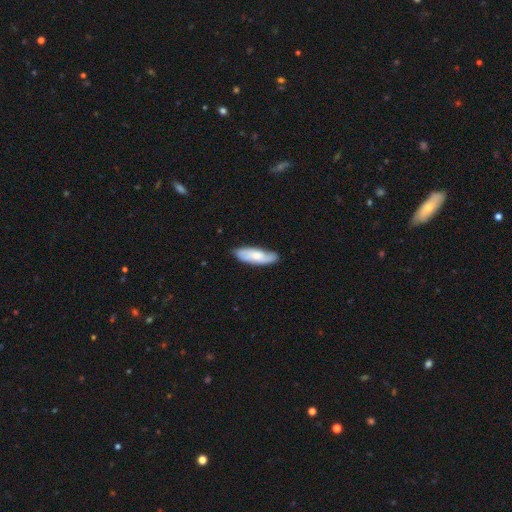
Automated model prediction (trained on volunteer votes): This is possibly a smooth galaxy (57%). How rounded: likely in between (62%). Merging: likely none (77%).